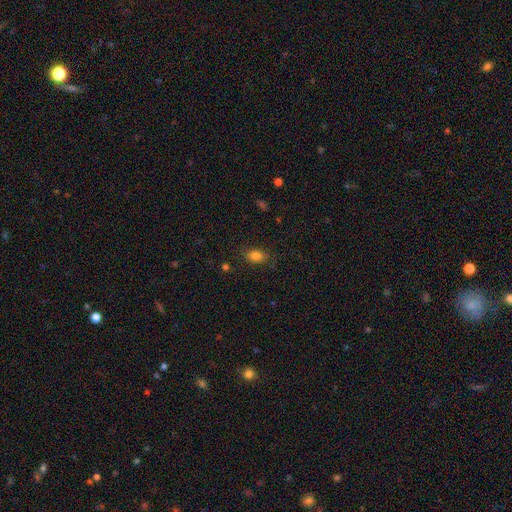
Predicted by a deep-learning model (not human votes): The model was most divided on "how rounded": in between: 81%, round: 17%, cigar-shaped: 2%. More confident: smooth or featured — smooth (82%); merging — none (82%).